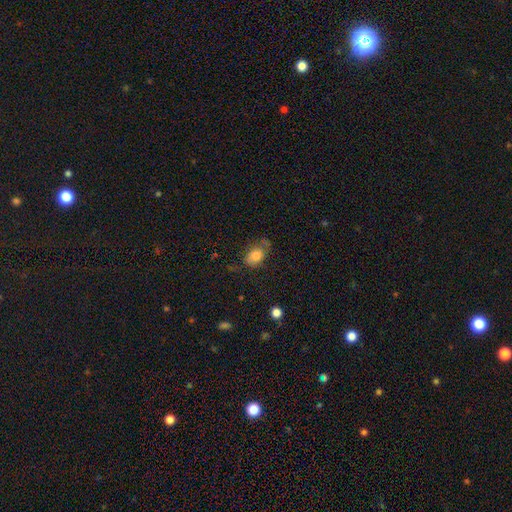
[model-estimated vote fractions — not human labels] Smooth or featured? smooth (78%)
How rounded? in between (73%)
Merging? none (56%)